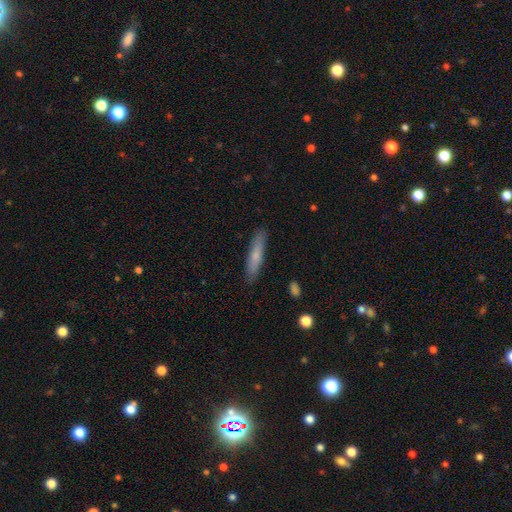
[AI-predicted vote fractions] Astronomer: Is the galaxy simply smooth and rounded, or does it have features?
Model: smooth — 67%.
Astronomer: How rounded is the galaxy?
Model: cigar-shaped — 88%.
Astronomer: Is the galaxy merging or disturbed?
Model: none — 88%.